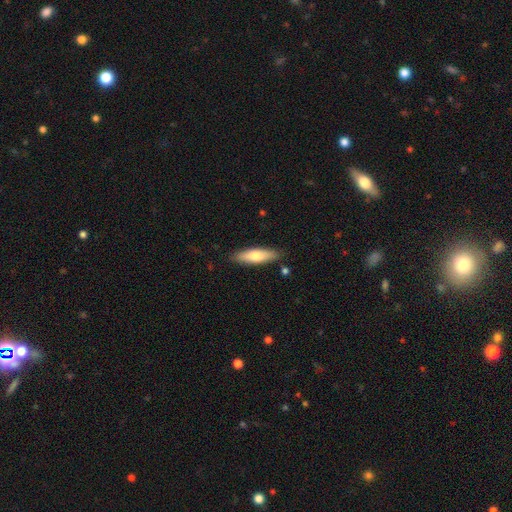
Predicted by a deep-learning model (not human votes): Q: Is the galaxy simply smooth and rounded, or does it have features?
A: smooth — 69%.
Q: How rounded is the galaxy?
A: cigar-shaped — 57%.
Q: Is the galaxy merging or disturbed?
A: none — 85%.